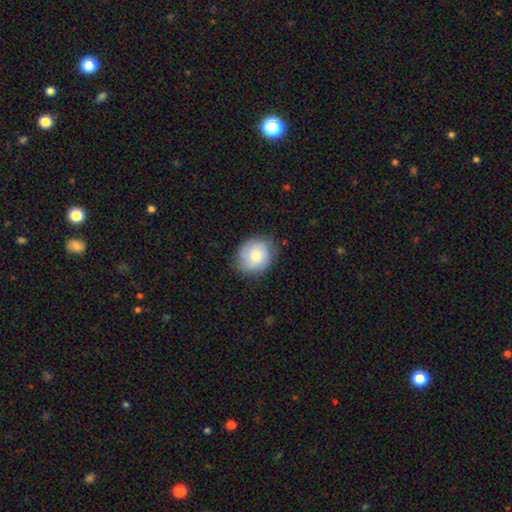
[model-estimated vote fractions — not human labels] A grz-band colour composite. It shows a smooth galaxy with no disk features (65%) that is round (73%). Merging: none (78%).